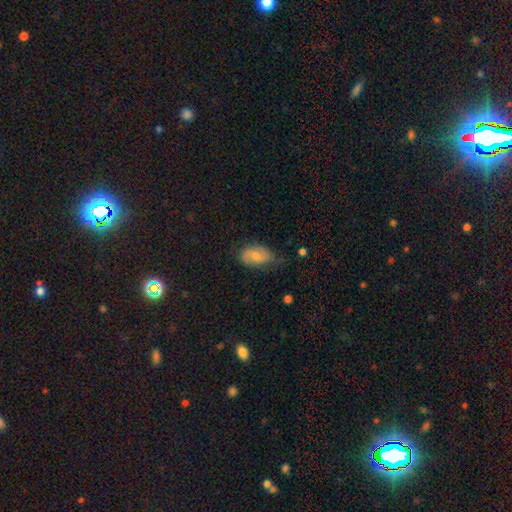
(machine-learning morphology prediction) Smooth or featured: smooth — 60% (featured or disk — 33%)
How rounded: in between — 90% (round — 8%)
Merging: none — 52% (minor disturbance — 36%)